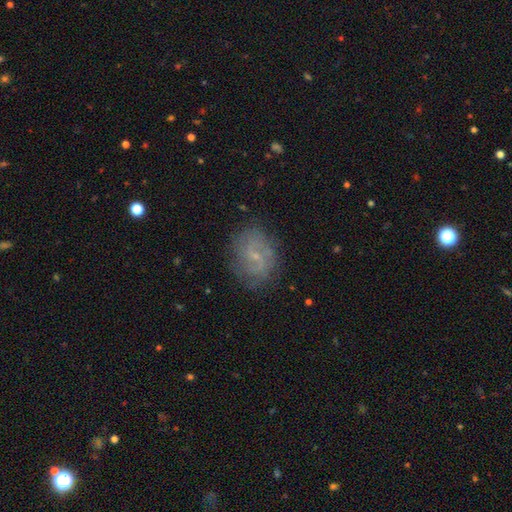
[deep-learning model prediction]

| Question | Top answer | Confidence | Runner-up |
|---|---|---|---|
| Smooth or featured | featured or disk | 64% | smooth (25%) |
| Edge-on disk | no | 97% | yes (3%) |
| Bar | weak | 53% | no (36%) |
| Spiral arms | yes | 84% | no (16%) |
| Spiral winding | medium | 41% | tight (37%) |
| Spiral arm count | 2 | 54% | can't tell (29%) |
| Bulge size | small | 71% | moderate (15%) |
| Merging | none | 78% | minor disturbance (14%) |